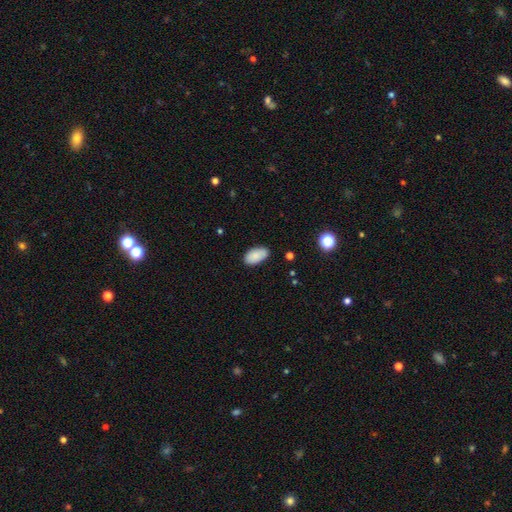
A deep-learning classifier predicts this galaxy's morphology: smooth-or-featured: smooth: 88% | star or artifact: 7% | featured or disk: 5%
  how-rounded: in between: 95% | round: 3% | cigar-shaped: 2%
  merging: none: 83% | minor disturbance: 13% | major disturbance: 2% | merger: 1%